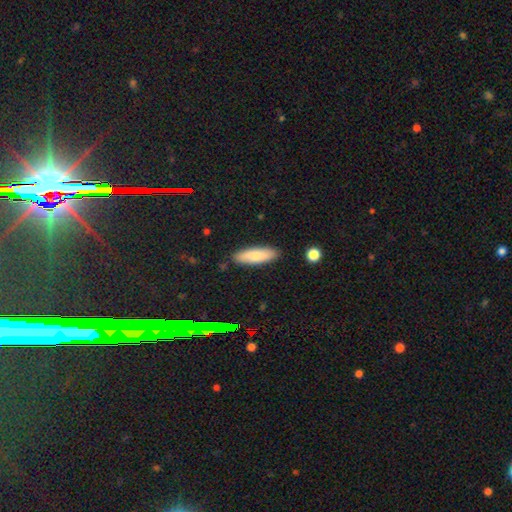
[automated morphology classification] type=smooth (78%); roundness=in between (49%, tied with cigar-shaped); merging=none (88%).